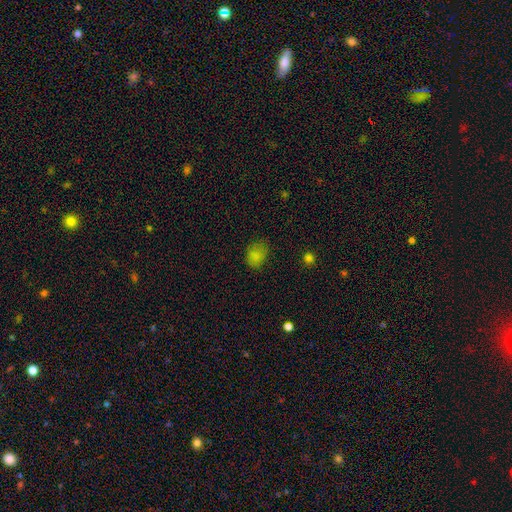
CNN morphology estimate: The model was most divided on "how rounded": in between: 59%, round: 40%, cigar-shaped: 1%. More confident: smooth or featured — smooth (80%); merging — none (67%).